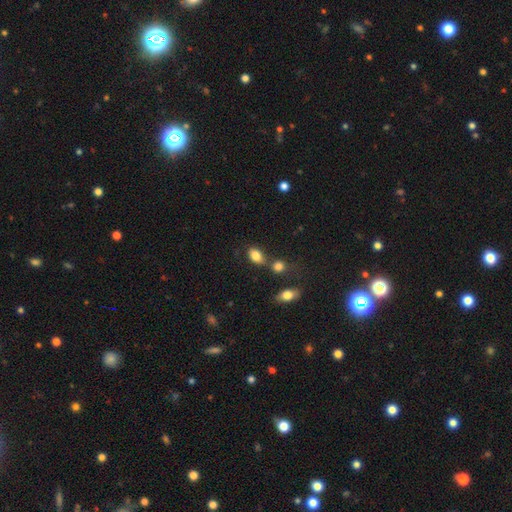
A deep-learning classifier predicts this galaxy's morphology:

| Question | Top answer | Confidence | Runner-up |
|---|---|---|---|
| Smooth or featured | smooth | 84% | star or artifact (9%) |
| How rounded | in between | 84% | round (14%) |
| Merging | none | 58% | merger (24%) |